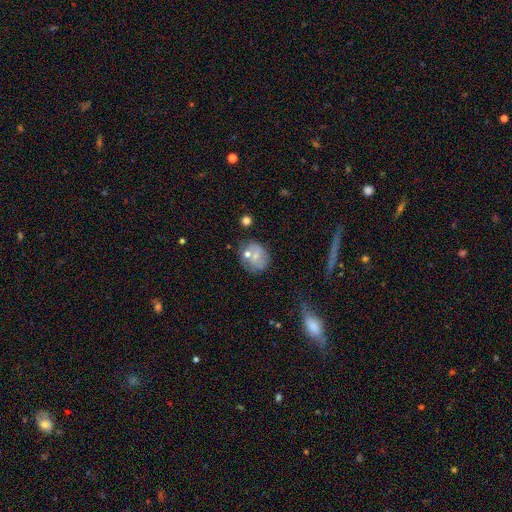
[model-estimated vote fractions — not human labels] Morphology: type=smooth (54%); roundness=round (67%); merging=none (52%).